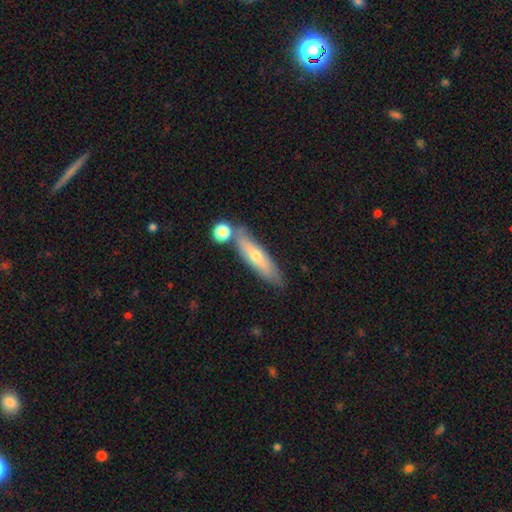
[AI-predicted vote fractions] Morphology: type=smooth (53%); roundness=cigar-shaped (75%); merging=none (70%).